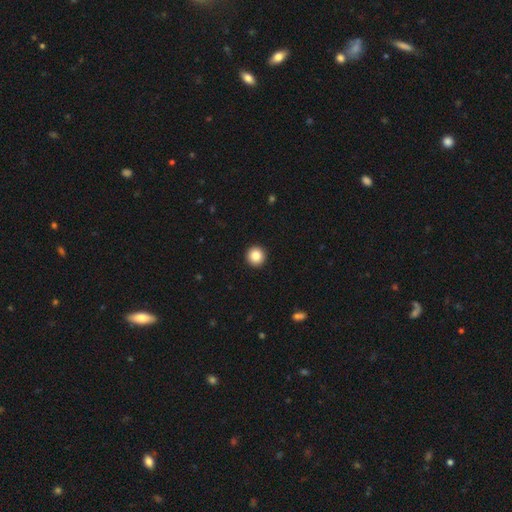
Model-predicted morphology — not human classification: smooth_or_featured: smooth (p=0.85) [alt: star or artifact p=0.09]
how_rounded: round (p=0.96) [alt: in between p=0.03]
merging: none (p=0.94) [alt: minor disturbance p=0.04]